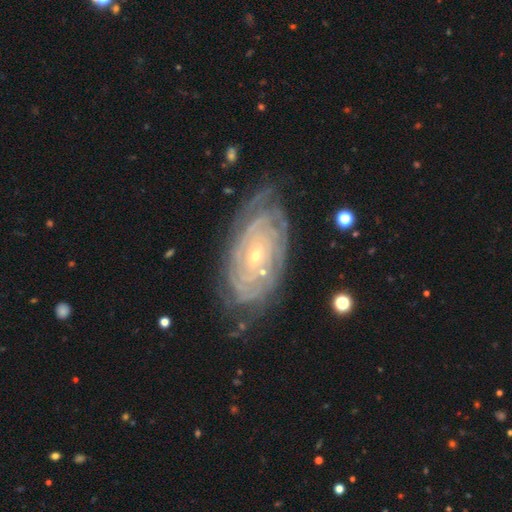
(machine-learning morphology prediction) Smooth or featured? Predicted: featured or disk (p=0.88). Edge-on disk? Predicted: no (p=0.94). Bar? Predicted: no (p=0.71). Spiral arms? Predicted: yes (p=0.97). Spiral winding? Predicted: tight (p=0.85). Spiral arm count? Predicted: can't tell (p=0.35). Bulge size? Predicted: small (p=0.77). Merging? Predicted: none (p=0.72).